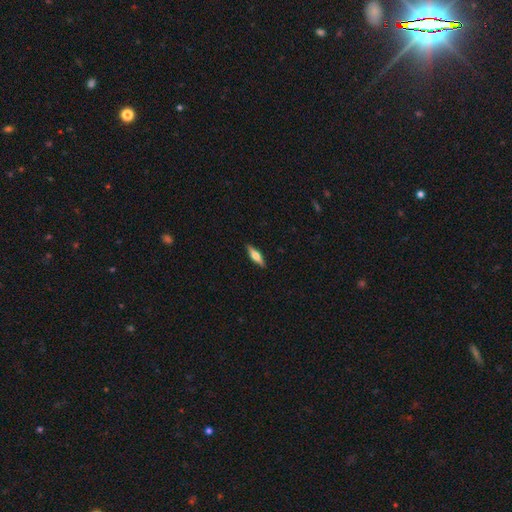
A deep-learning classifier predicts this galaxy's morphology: featured or disk 54%, smooth 40%, star or artifact 6%. Down the decision tree: edge-on disk — yes (95%); edge-on bulge — rounded (92%); merging — none (91%).